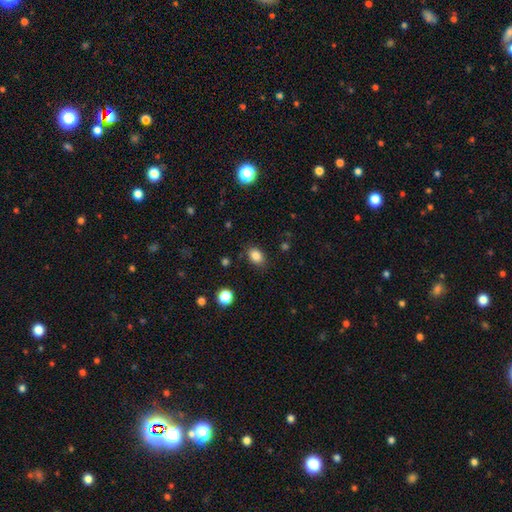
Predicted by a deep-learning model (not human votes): Q: Smooth or featured?
A: smooth (85%); runner-up: star or artifact (10%)
Q: How rounded?
A: in between (71%); runner-up: round (28%)
Q: Merging?
A: none (83%); runner-up: minor disturbance (12%)